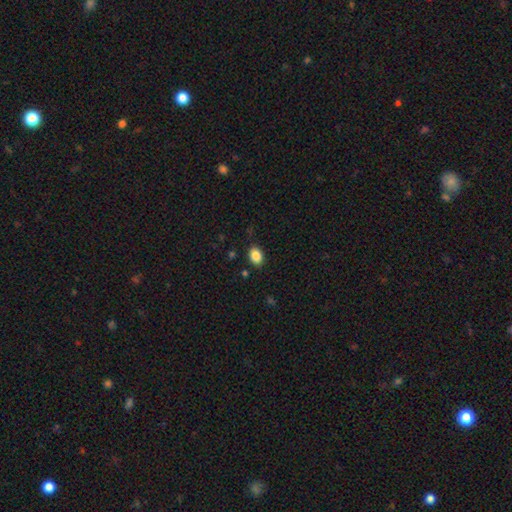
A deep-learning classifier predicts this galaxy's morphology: smooth 87%, star or artifact 9%, featured or disk 4%. Down the decision tree: how rounded — in between (77%); merging — none (87%).